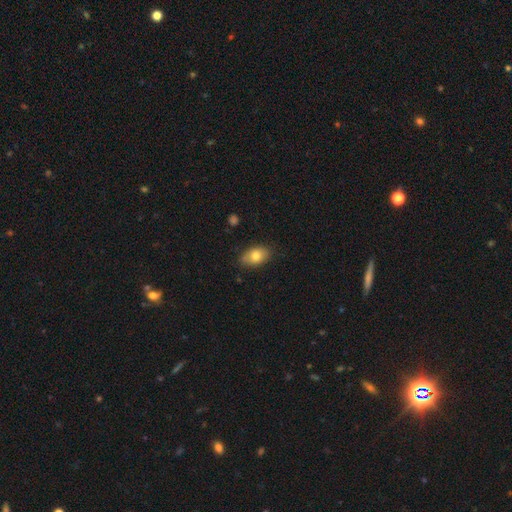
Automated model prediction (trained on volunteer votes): Smooth or featured?
  - smooth: 79% *
  - featured or disk: 13%
  - star or artifact: 8%
How rounded?
  - in between: 87% *
  - round: 11%
  - cigar-shaped: 2%
Merging?
  - none: 80% *
  - minor disturbance: 16%
  - major disturbance: 3%
  - merger: 2%